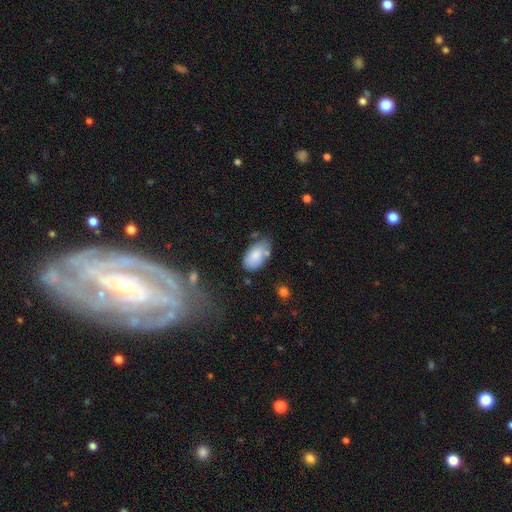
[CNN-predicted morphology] Overall: smooth (81%). How rounded: in between (94%). Merging: none (62%; minor disturbance 23%).